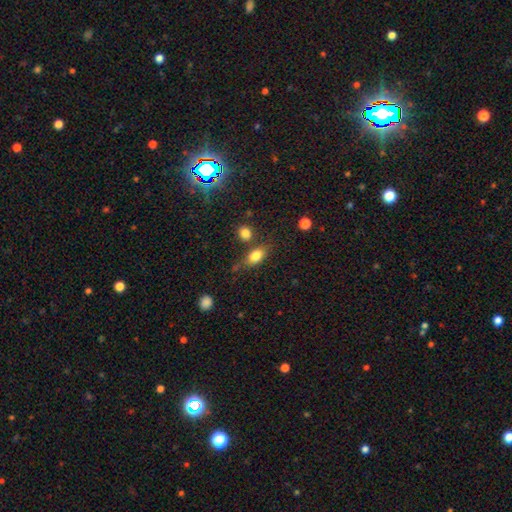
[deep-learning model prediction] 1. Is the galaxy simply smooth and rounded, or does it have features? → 80% smooth, 11% featured or disk, 9% star or artifact.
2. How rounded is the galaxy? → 76% in between, 18% round, 6% cigar-shaped.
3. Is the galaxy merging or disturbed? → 62% none, 18% minor disturbance, 13% merger, 7% major disturbance.